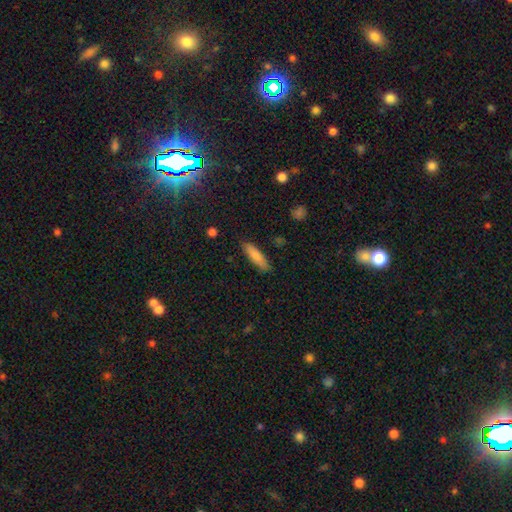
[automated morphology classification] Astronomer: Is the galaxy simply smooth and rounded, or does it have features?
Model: smooth — 82%.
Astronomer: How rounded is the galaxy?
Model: cigar-shaped — 73%.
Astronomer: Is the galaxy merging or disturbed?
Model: none — 85%.